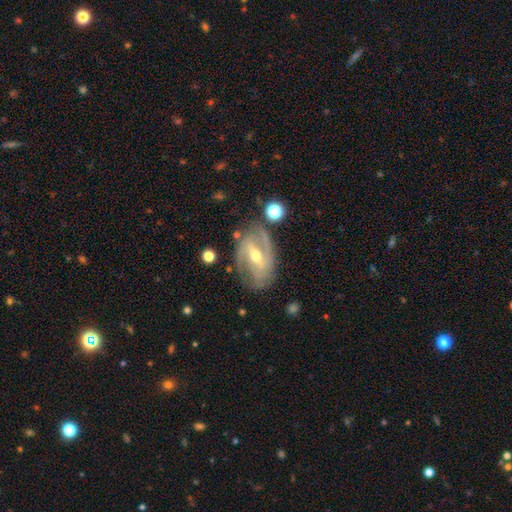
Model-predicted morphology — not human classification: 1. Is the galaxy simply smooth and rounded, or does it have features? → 86% featured or disk, 8% smooth, 6% star or artifact.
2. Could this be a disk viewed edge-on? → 95% no, 5% yes.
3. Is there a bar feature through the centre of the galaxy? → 43% weak, 40% strong, 17% no.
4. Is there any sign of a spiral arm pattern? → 94% yes, 6% no.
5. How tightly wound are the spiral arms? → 47% medium, 36% tight, 17% loose.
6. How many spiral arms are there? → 63% 2, 14% 3, 13% can't tell, 4% 1, 3% 4, 2% more than 4.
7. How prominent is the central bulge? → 59% moderate, 38% small, 2% large, 1% none, 1% dominant.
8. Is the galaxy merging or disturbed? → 71% none, 19% minor disturbance, 7% major disturbance, 3% merger.